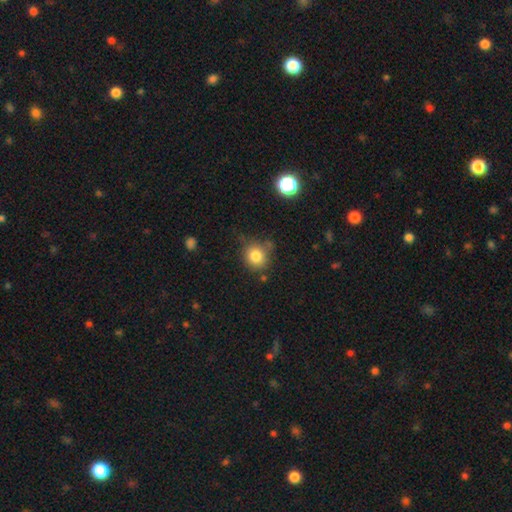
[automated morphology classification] A smooth galaxy with no disk features (82%) that is round (85%).

Vote fractions:
- Smooth or featured? smooth: 82% / star or artifact: 11% / featured or disk: 7%
- How rounded? round: 85% / in between: 14% / cigar-shaped: 1%
- Merging? none: 70% / minor disturbance: 19% / merger: 6% / major disturbance: 5%